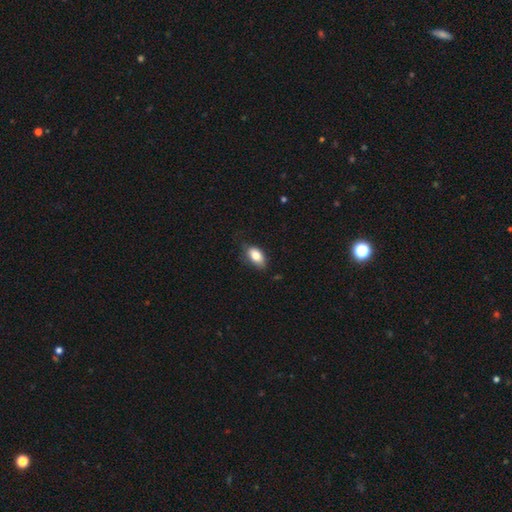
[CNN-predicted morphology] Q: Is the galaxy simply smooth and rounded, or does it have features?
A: smooth — 82%.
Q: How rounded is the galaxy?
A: in between — 90%.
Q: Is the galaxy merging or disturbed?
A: none — 65%.